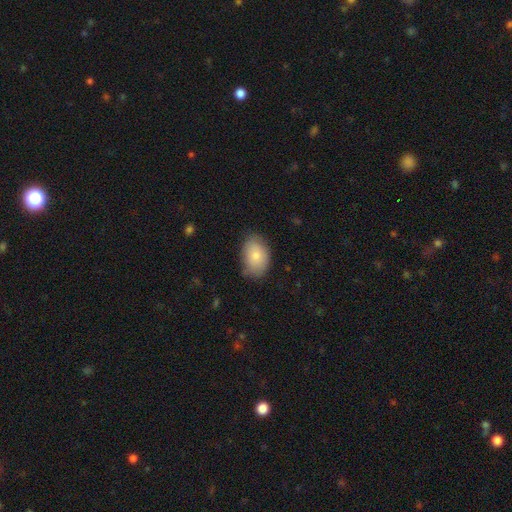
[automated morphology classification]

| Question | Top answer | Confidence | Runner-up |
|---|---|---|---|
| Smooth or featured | smooth | 79% | featured or disk (13%) |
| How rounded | in between | 85% | round (14%) |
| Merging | none | 74% | minor disturbance (20%) |